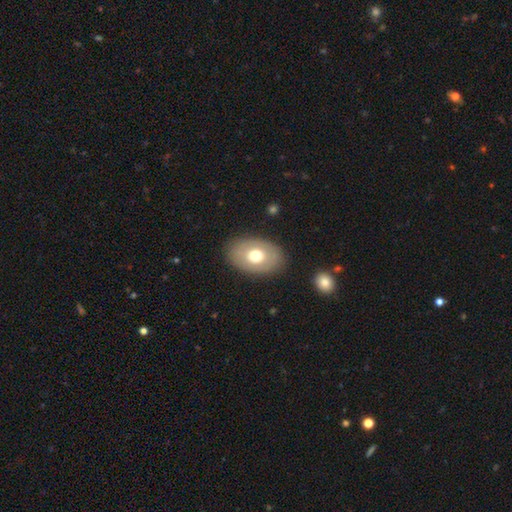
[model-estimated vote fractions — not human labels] This appears to be a smooth galaxy with no disk features (62%) that is in between round and cigar-shaped (84%). Merging: none (85%).